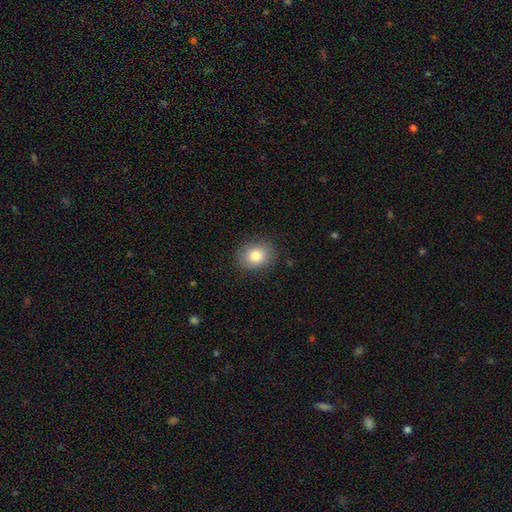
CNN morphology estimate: Q: Smooth or featured?
A: smooth (83%); runner-up: star or artifact (8%)
Q: How rounded?
A: round (55%); runner-up: in between (44%)
Q: Merging?
A: none (86%); runner-up: minor disturbance (10%)